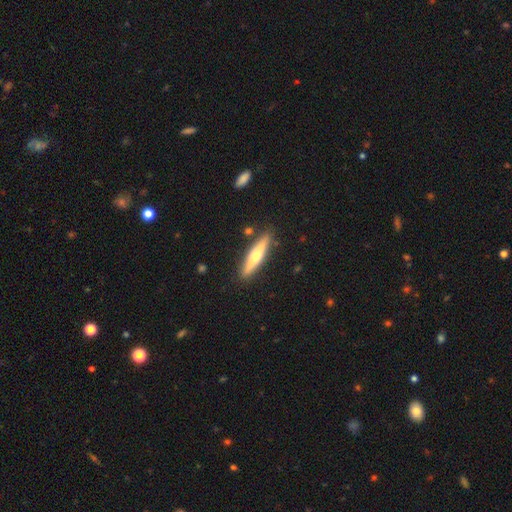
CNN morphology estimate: featured or disk 55%, smooth 39%, star or artifact 5%. Down the decision tree: edge-on disk — yes (94%); edge-on bulge — rounded (90%); merging — none (88%).